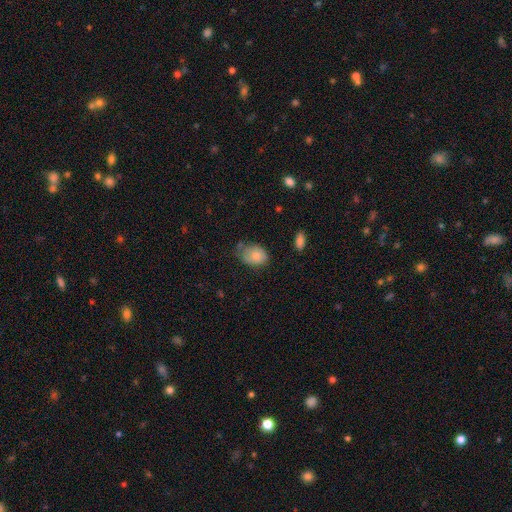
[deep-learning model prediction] smooth_or_featured: smooth (p=0.77) [alt: featured or disk p=0.15]
how_rounded: in between (p=0.77) [alt: round p=0.22]
merging: none (p=0.50) [alt: minor disturbance p=0.35]